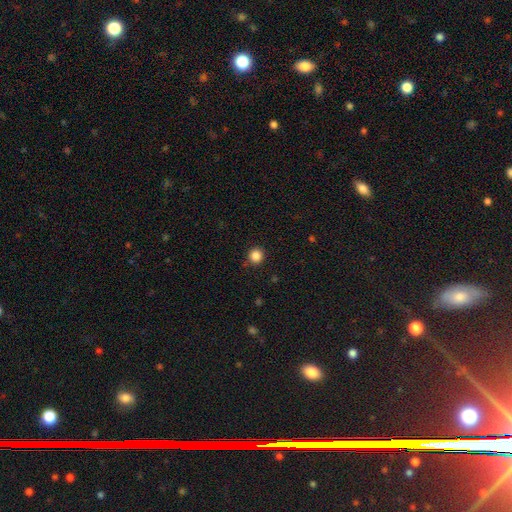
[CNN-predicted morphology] A smooth galaxy with no disk features (85%) that is round (92%). Merging: none (89%).